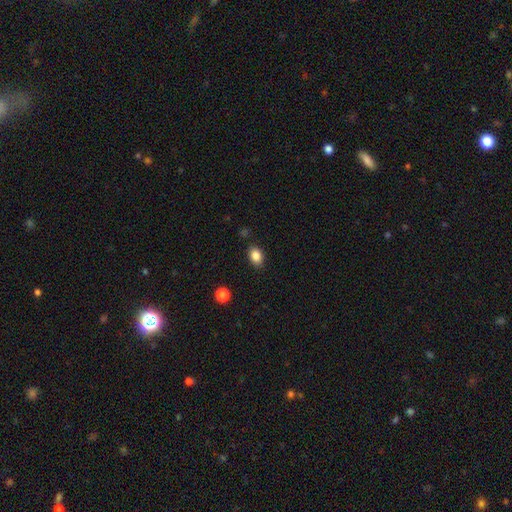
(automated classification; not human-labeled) Morphology: type=smooth (85%); roundness=in between (77%); merging=none (86%).